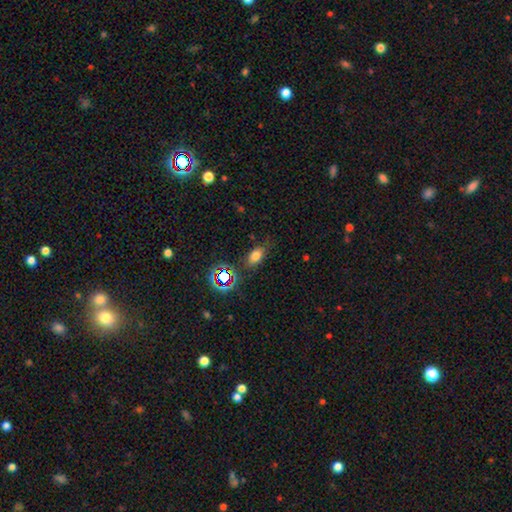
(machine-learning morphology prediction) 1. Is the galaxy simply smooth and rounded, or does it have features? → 70% smooth, 19% star or artifact, 11% featured or disk.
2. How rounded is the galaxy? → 81% in between, 14% round, 5% cigar-shaped.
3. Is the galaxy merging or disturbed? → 74% none, 17% minor disturbance, 6% major disturbance, 3% merger.